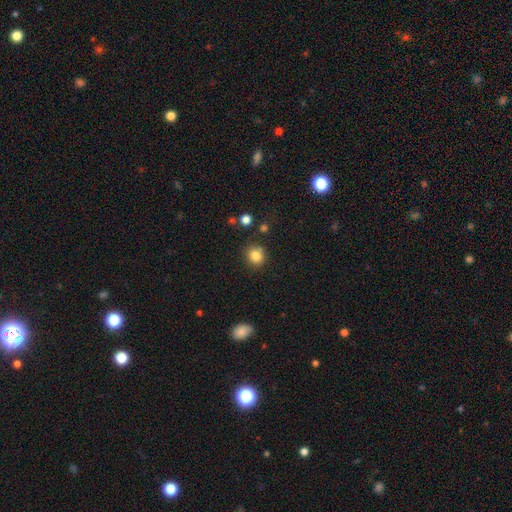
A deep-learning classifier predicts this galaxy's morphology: This is clearly a smooth galaxy (83%). How rounded: clearly round (81%). Merging: clearly none (80%).